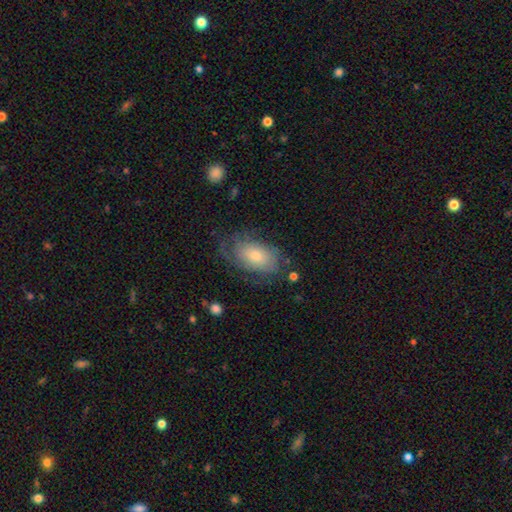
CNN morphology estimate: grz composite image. It shows a featured or disk galaxy (48%). Merging: none (60%).